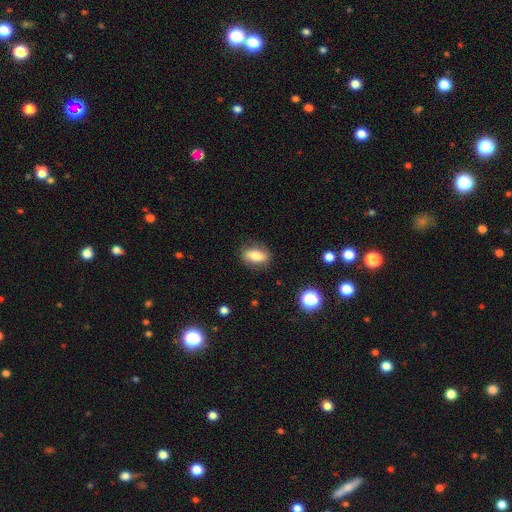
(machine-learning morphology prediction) Smooth or featured? smooth (77%)
How rounded? in between (81%)
Merging? none (84%)